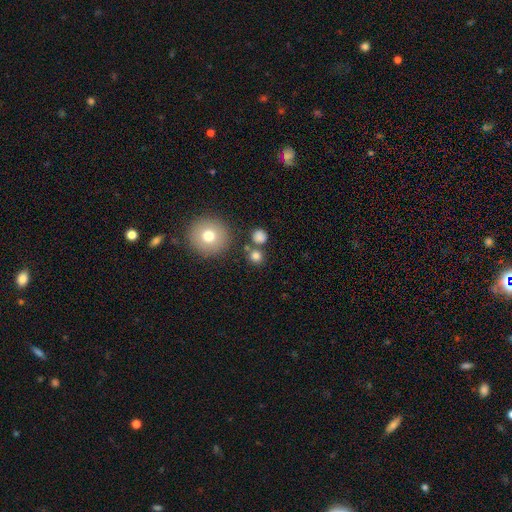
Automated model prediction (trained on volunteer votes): A smooth galaxy with no disk features (79%) that is round (88%). Merging: none (75%).